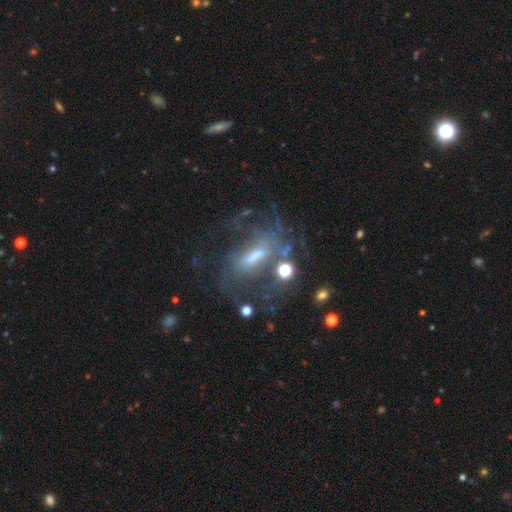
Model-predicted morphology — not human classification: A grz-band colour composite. It shows a featured or disk galaxy (67%) with a weak bar (40%), spiral arms (62%) and a moderate central bulge (40%). Merging: none (48%).